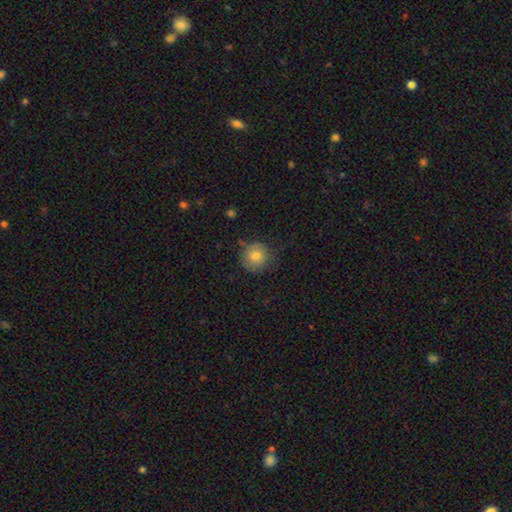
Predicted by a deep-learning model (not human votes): smooth_or_featured: smooth (p=0.81) [alt: featured or disk p=0.10]
how_rounded: round (p=0.91) [alt: in between p=0.08]
merging: none (p=0.76) [alt: minor disturbance p=0.17]